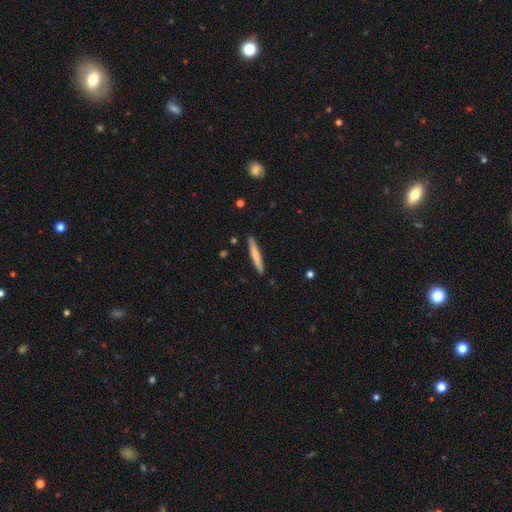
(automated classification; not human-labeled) Smooth or featured? smooth (69%)
How rounded? cigar-shaped (95%)
Merging? none (90%)